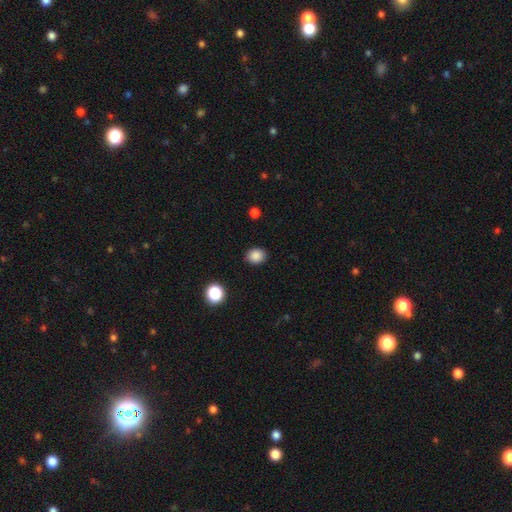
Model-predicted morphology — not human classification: Smooth or featured? Predicted: smooth (p=0.87). How rounded? Predicted: round (p=0.52). Merging? Predicted: none (p=0.88).